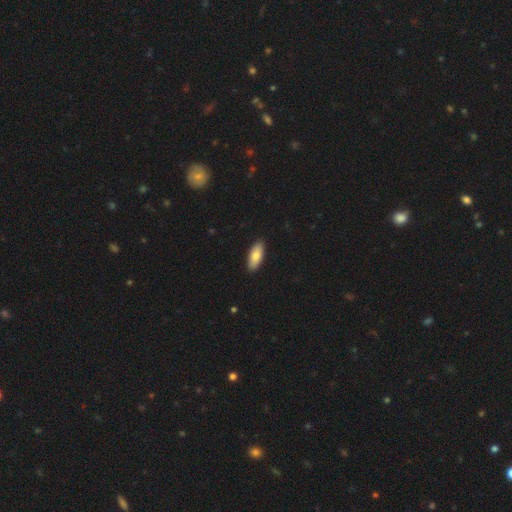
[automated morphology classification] smooth-or-featured: smooth: 80% | featured or disk: 14% | star or artifact: 6%
  how-rounded: in between: 81% | cigar-shaped: 17% | round: 2%
  merging: none: 90% | minor disturbance: 7% | major disturbance: 1% | merger: 1%